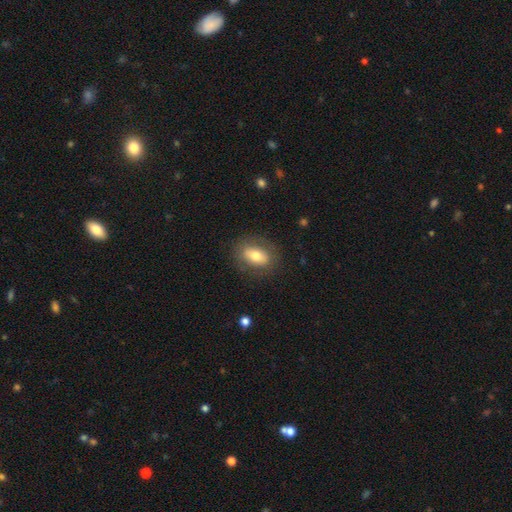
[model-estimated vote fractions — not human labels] Smooth or featured? smooth (68%)
How rounded? in between (82%)
Merging? none (81%)